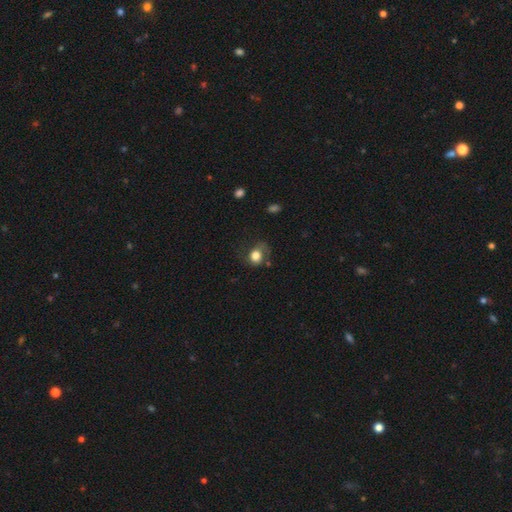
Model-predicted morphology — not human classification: This is likely a smooth galaxy (75%). How rounded: likely round (61%). Merging: possibly none (48%).